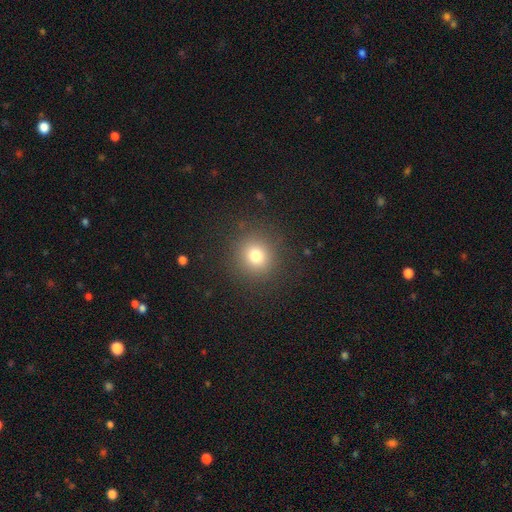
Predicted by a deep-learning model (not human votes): Morphology: type=smooth (78%); roundness=round (90%); merging=none (89%).